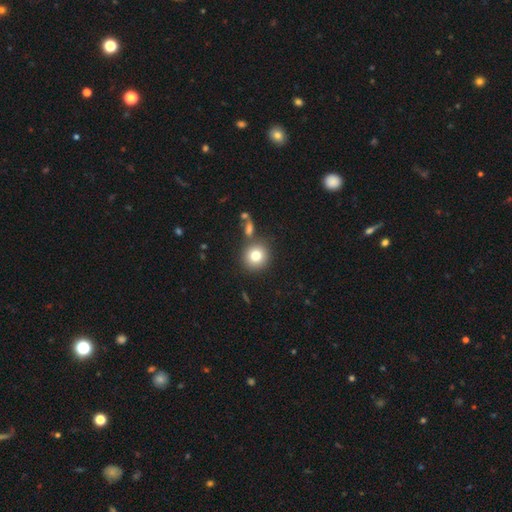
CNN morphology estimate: type=smooth (80%); roundness=round (88%); merging=none (77%).